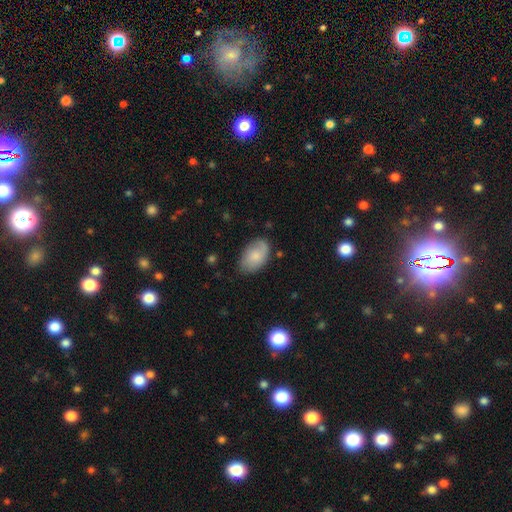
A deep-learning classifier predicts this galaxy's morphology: Smooth or featured? smooth (69%)
How rounded? in between (91%)
Merging? none (71%)